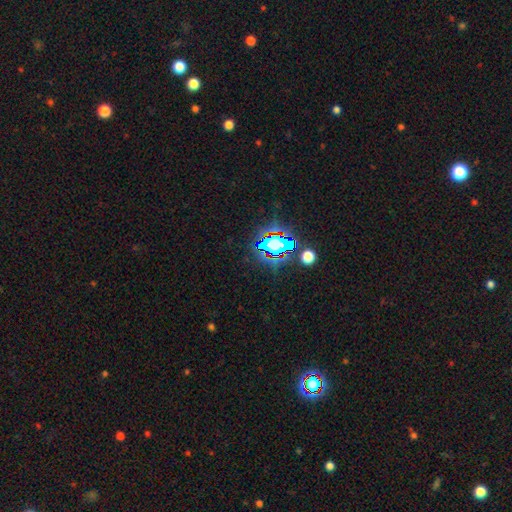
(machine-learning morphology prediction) Smooth or featured? Predicted: star or artifact (p=0.80).